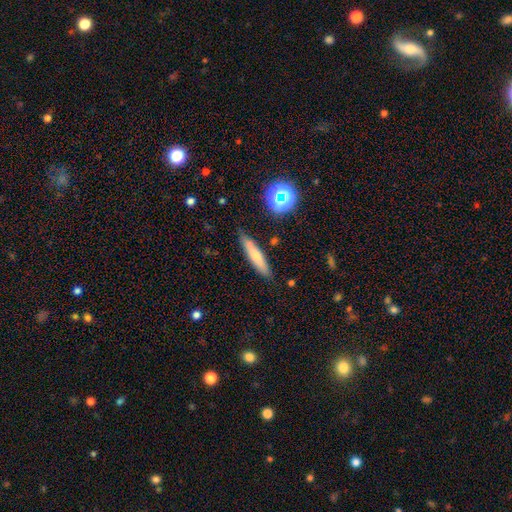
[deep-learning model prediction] This appears to be a smooth galaxy with no disk features (63%) that is cigar-shaped (86%). Merging: none (82%).